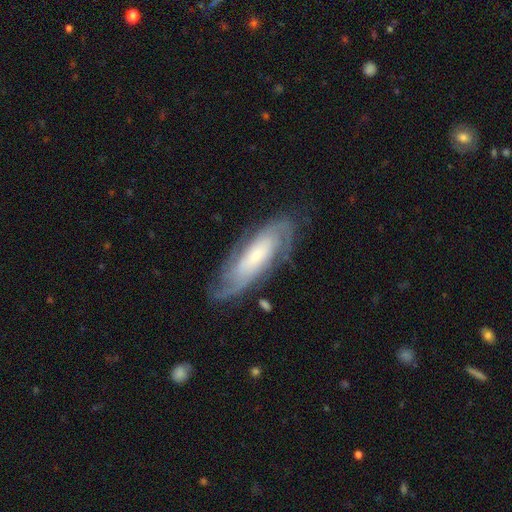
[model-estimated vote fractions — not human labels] Smooth or featured? Predicted: featured or disk (p=0.81). Edge-on disk? Predicted: no (p=0.89). Bar? Predicted: no (p=0.61). Spiral arms? Predicted: yes (p=0.95). Spiral winding? Predicted: tight (p=0.58). Spiral arm count? Predicted: 2 (p=0.41). Bulge size? Predicted: small (p=0.61). Merging? Predicted: none (p=0.76).